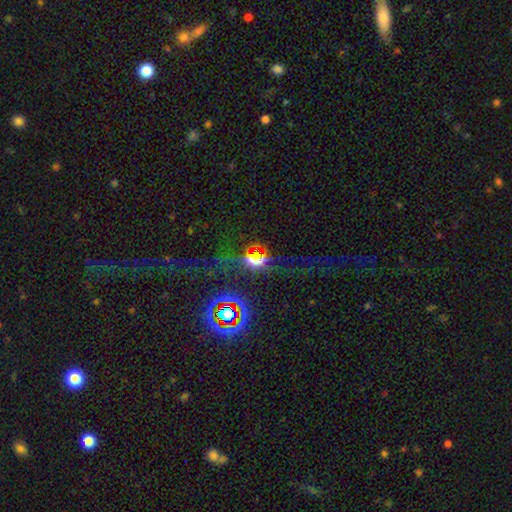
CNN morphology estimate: Q: Smooth or featured?
A: star or artifact (63%); runner-up: smooth (22%)